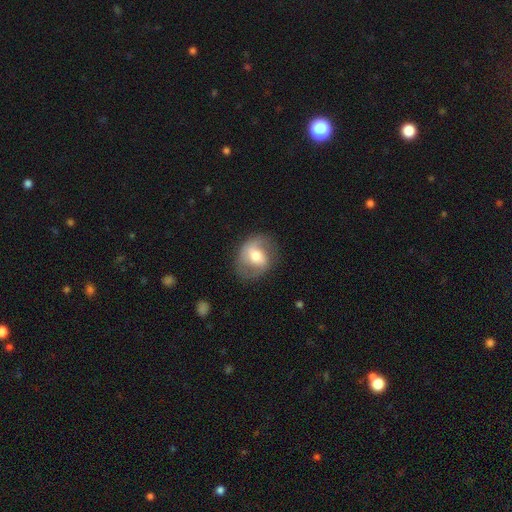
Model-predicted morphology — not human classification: This appears to be a featured or disk galaxy (63%) with a weak bar (44%), spiral arms (81%) and a moderate central bulge (66%). Merging: none (72%).